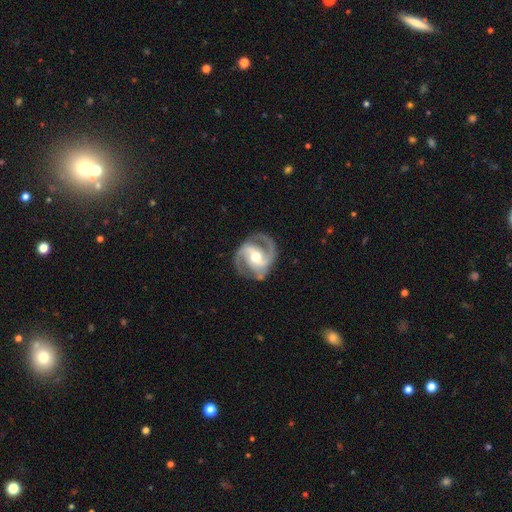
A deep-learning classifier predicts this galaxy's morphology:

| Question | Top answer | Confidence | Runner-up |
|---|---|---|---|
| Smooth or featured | featured or disk | 91% | smooth (5%) |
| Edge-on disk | no | 98% | yes (2%) |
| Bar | weak | 42% | strong (30%) |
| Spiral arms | yes | 97% | no (3%) |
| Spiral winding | medium | 57% | tight (29%) |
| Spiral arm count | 2 | 82% | 3 (10%) |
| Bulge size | moderate | 72% | small (16%) |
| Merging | none | 77% | minor disturbance (15%) |